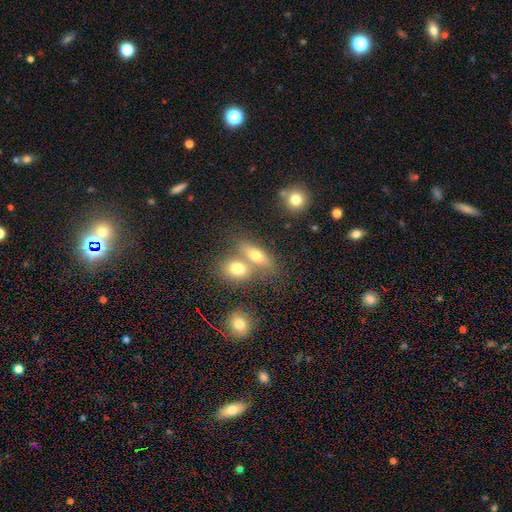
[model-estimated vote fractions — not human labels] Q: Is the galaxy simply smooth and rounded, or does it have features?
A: smooth — 69%.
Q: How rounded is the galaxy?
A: in between — 68%.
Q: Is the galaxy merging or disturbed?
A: merger — 46%.